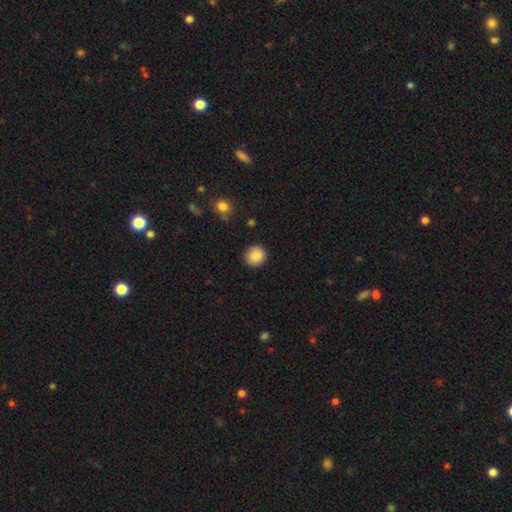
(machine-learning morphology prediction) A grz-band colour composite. It shows a smooth galaxy with no disk features (88%) that is round (93%). Merging: none (91%).